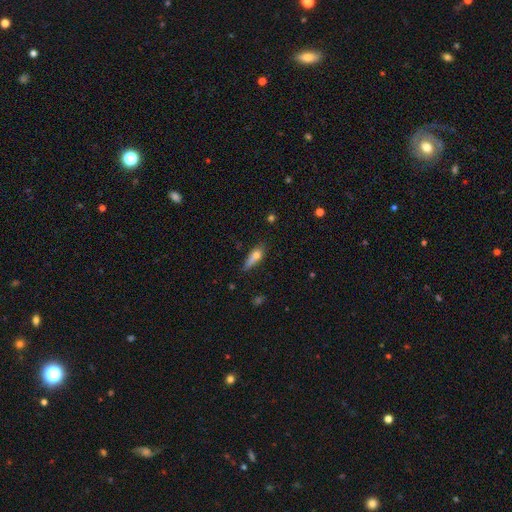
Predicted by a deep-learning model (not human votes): A smooth galaxy with no disk features (71%) that is cigar-shaped (48%).

Vote fractions:
- Smooth or featured? smooth: 71% / featured or disk: 20% / star or artifact: 9%
- How rounded? cigar-shaped: 48% / in between: 47% / round: 5%
- Merging? none: 48% / minor disturbance: 34% / major disturbance: 13% / merger: 5%